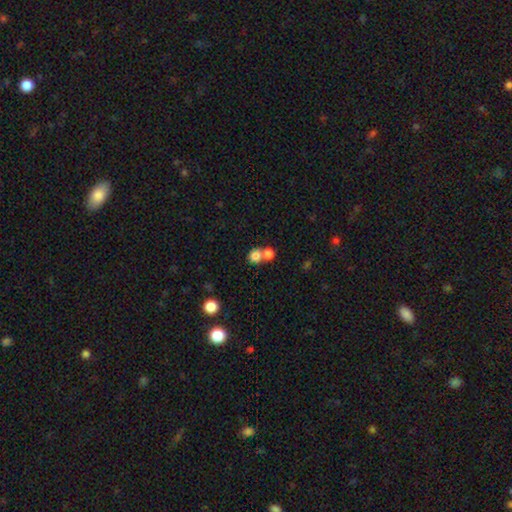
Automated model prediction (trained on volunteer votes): A smooth galaxy with no disk features (78%) that is round (83%).

Vote fractions:
- Smooth or featured? smooth: 78% / star or artifact: 12% / featured or disk: 11%
- How rounded? round: 83% / in between: 16% / cigar-shaped: 1%
- Merging? merger: 52% / none: 39% / minor disturbance: 6% / major disturbance: 3%